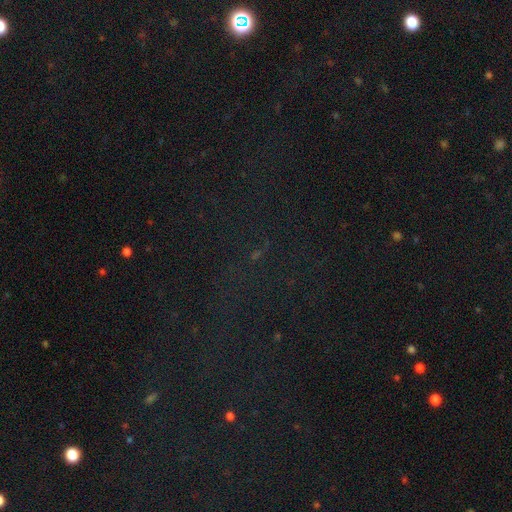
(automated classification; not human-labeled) Smooth or featured? Predicted: star or artifact (p=0.78).